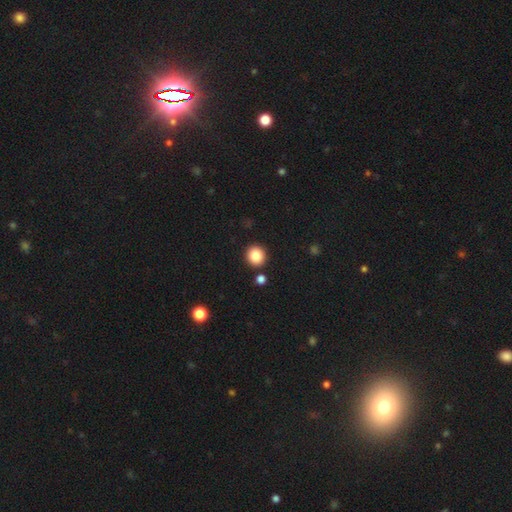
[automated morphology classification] smooth 86%, star or artifact 10%, featured or disk 5%. Down the decision tree: how rounded — round (90%); merging — none (88%).